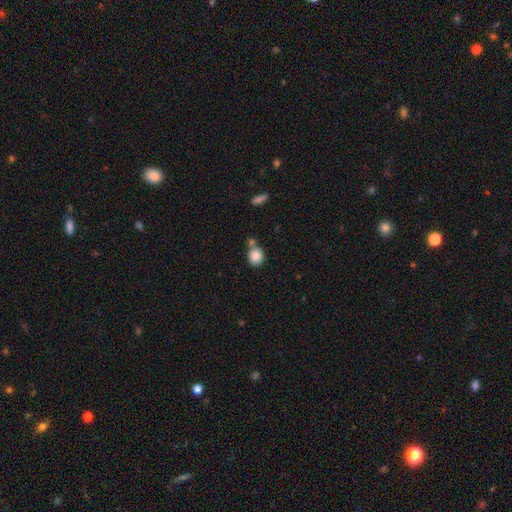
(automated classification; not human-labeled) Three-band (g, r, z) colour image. It shows a smooth galaxy with no disk features (85%) that is round (81%). Merging: none (61%).